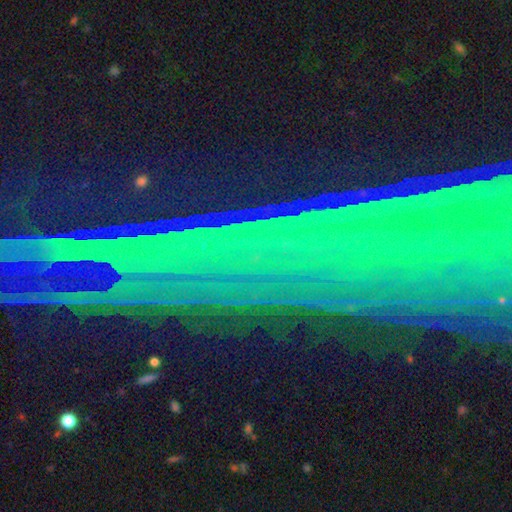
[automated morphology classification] A star or artifact, not a galaxy (84%).

Vote fractions:
- Smooth or featured? star or artifact: 84% / featured or disk: 9% / smooth: 7%